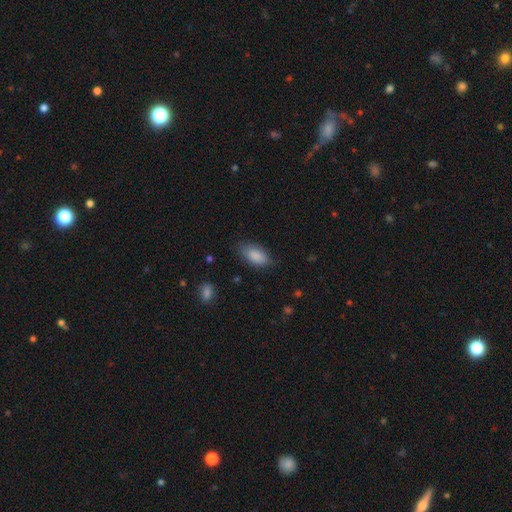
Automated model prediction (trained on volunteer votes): A smooth galaxy with no disk features (87%) that is in between round and cigar-shaped (93%).

Vote fractions:
- Smooth or featured? smooth: 87% / featured or disk: 6% / star or artifact: 6%
- How rounded? in between: 93% / cigar-shaped: 4% / round: 3%
- Merging? none: 74% / minor disturbance: 20% / major disturbance: 4% / merger: 1%